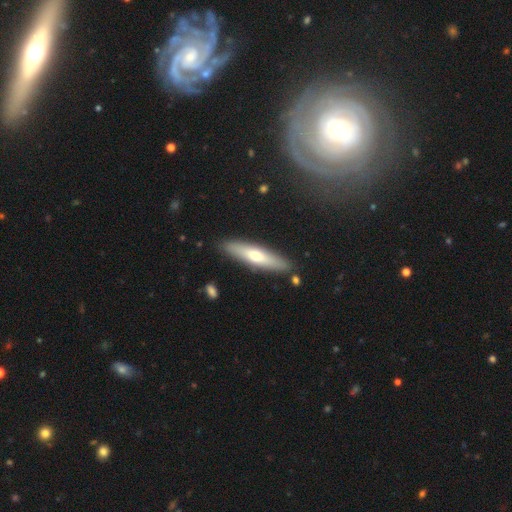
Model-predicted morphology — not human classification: This appears to be a smooth galaxy with no disk features (53%) that is cigar-shaped (79%). Merging: none (89%).